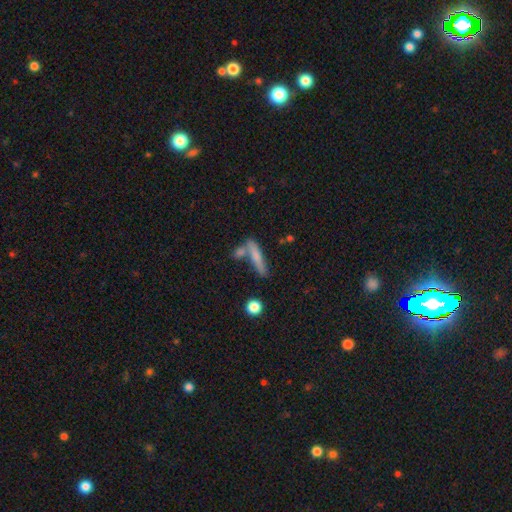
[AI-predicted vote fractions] Smooth or featured? Predicted: smooth (p=0.63). How rounded? Predicted: cigar-shaped (p=0.83). Merging? Predicted: none (p=0.61).